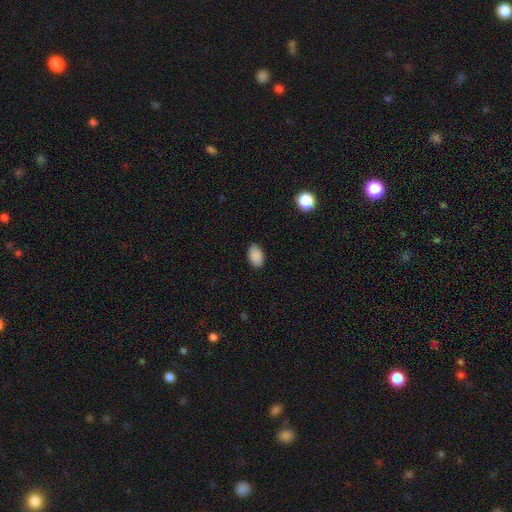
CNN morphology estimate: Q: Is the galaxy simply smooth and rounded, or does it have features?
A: smooth — 89%.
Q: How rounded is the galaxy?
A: in between — 88%.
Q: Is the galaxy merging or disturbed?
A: none — 86%.